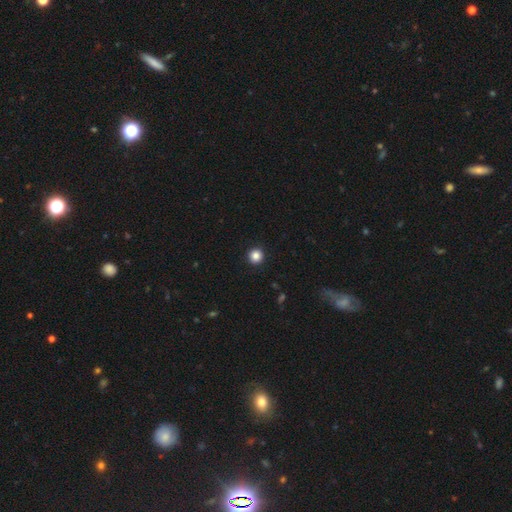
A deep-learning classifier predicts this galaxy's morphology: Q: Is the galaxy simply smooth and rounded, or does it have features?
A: smooth — 85%.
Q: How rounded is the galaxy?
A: round — 96%.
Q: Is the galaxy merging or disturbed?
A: none — 93%.